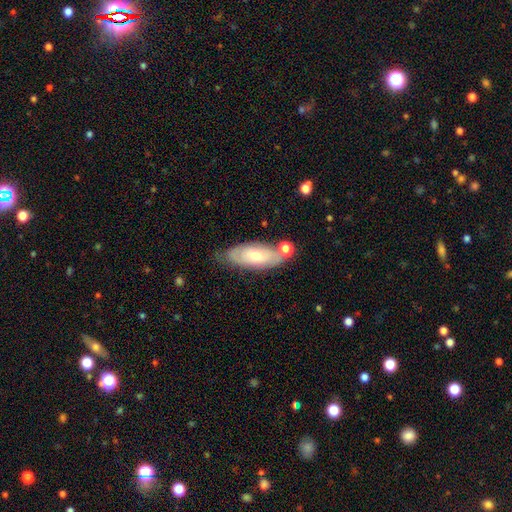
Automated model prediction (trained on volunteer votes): Overall: smooth (54%; featured or disk 39%). How rounded: in between (78%). Merging: none (61%; minor disturbance 22%).